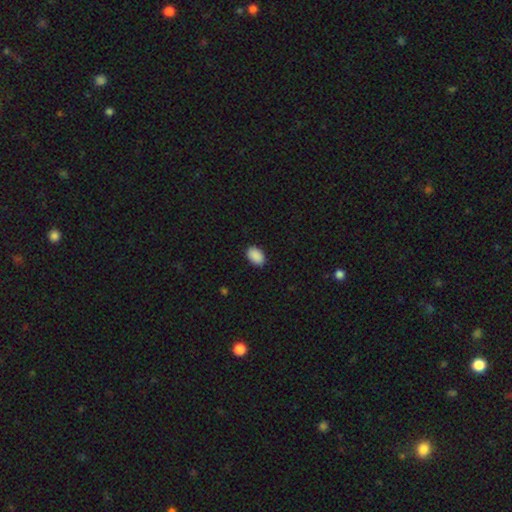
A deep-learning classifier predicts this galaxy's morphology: The model was most divided on "merging": none: 88%, minor disturbance: 9%, major disturbance: 2%, merger: 1%. More confident: smooth or featured — smooth (90%); how rounded — in between (89%).